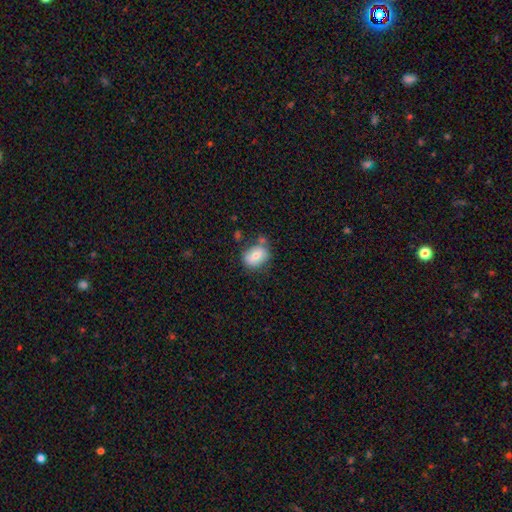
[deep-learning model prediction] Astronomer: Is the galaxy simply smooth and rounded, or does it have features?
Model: smooth — 73%.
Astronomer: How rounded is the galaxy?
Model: in between — 60% (runner-up: round, 39%).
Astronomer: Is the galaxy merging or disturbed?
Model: none — 63%.